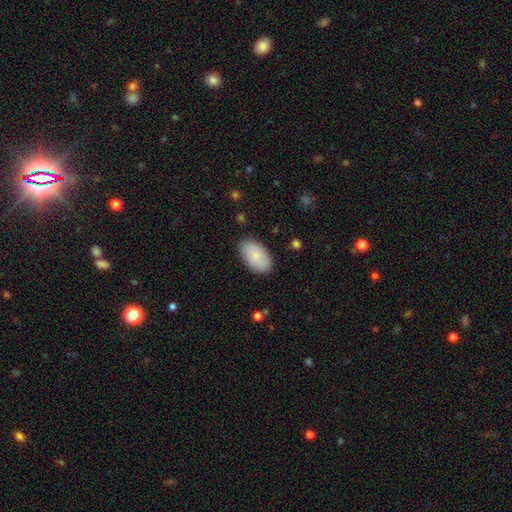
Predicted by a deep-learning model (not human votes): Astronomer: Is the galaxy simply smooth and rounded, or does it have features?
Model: smooth — 83%.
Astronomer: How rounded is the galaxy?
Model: in between — 95%.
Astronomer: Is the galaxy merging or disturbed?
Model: none — 84%.